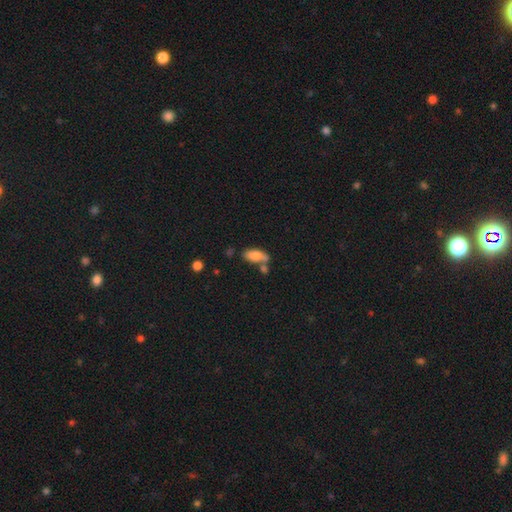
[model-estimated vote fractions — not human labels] Q: Smooth or featured?
A: smooth (75%); runner-up: featured or disk (17%)
Q: How rounded?
A: in between (88%); runner-up: cigar-shaped (8%)
Q: Merging?
A: none (44%); runner-up: merger (30%)